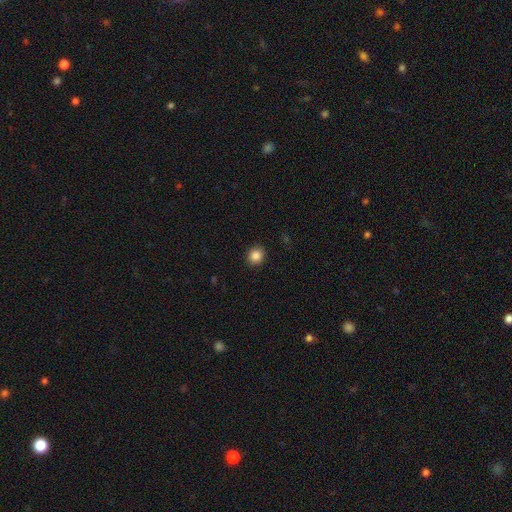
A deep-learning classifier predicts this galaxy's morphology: Smooth or featured? Predicted: smooth (p=0.86). How rounded? Predicted: round (p=0.81). Merging? Predicted: none (p=0.91).